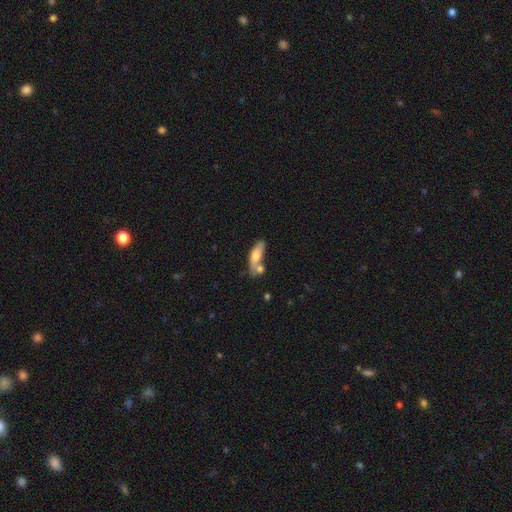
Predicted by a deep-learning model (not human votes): smooth-or-featured: smooth: 65% | featured or disk: 28% | star or artifact: 6%
  how-rounded: in between: 54% | cigar-shaped: 43% | round: 3%
  merging: none: 44% | merger: 31% | minor disturbance: 18% | major disturbance: 7%